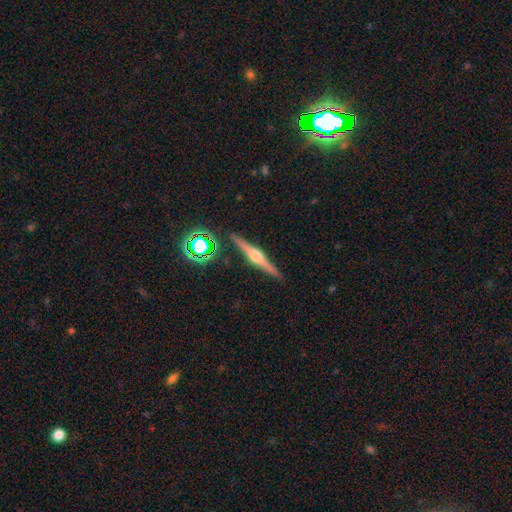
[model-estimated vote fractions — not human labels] The model was most divided on "smooth or featured": featured or disk: 79%, smooth: 13%, star or artifact: 8%. More confident: edge-on disk — yes (98%); edge-on bulge — rounded (92%); merging — none (91%).